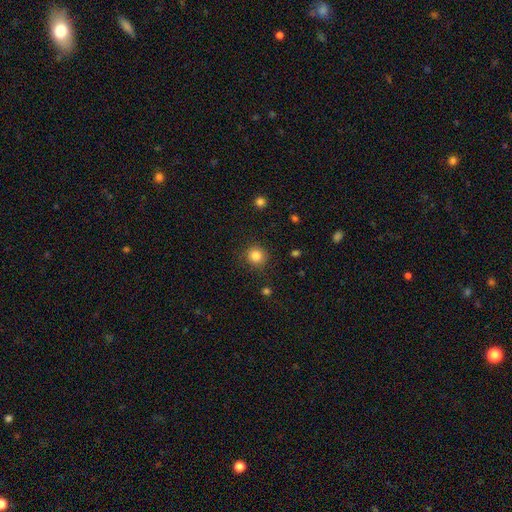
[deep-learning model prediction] A smooth galaxy with no disk features (84%) that is round (93%).

Vote fractions:
- Smooth or featured? smooth: 84% / star or artifact: 11% / featured or disk: 4%
- How rounded? round: 93% / in between: 6% / cigar-shaped: 1%
- Merging? none: 88% / minor disturbance: 8% / major disturbance: 3% / merger: 1%